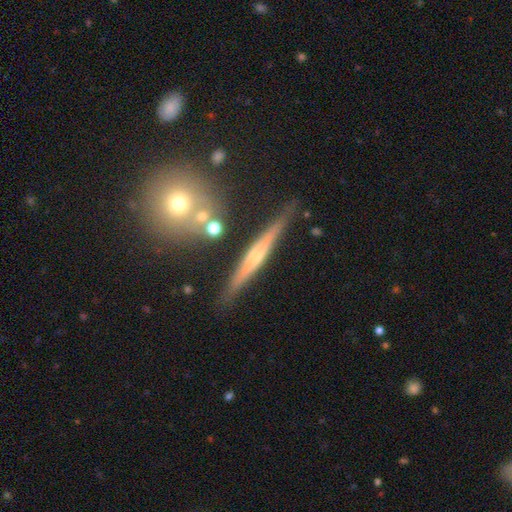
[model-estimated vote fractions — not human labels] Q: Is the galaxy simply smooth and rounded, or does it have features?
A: featured or disk — 69%.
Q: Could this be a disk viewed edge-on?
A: yes — 95%.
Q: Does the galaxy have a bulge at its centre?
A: rounded — 65%.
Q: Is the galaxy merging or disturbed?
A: none — 83%.